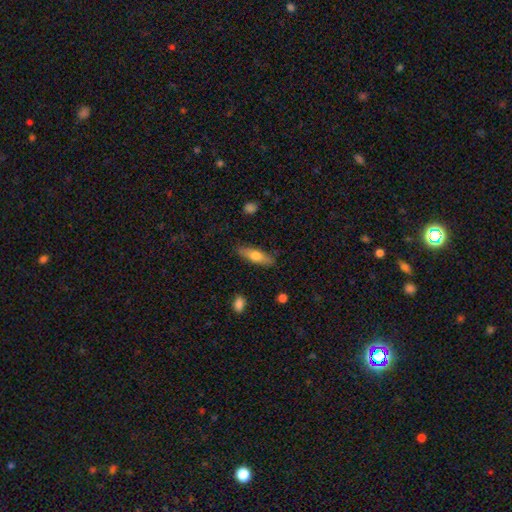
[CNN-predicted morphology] A smooth galaxy with no disk features (64%) that is cigar-shaped (53%).

Vote fractions:
- Smooth or featured? smooth: 64% / featured or disk: 30% / star or artifact: 6%
- How rounded? cigar-shaped: 53% / in between: 45% / round: 2%
- Merging? none: 83% / minor disturbance: 13% / major disturbance: 3% / merger: 2%